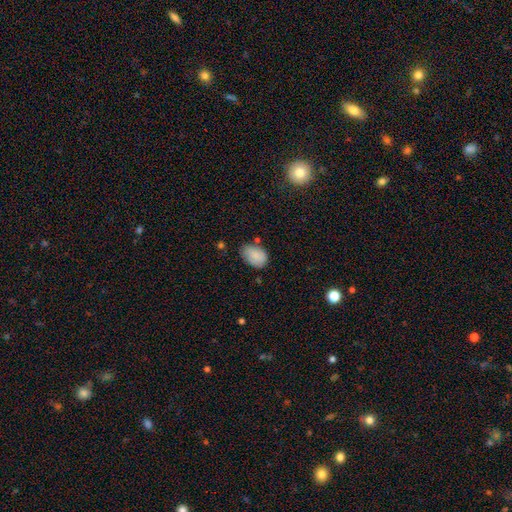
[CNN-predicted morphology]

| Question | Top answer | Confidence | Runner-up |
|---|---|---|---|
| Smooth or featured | smooth | 85% | featured or disk (8%) |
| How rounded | in between | 85% | round (14%) |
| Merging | none | 67% | minor disturbance (25%) |